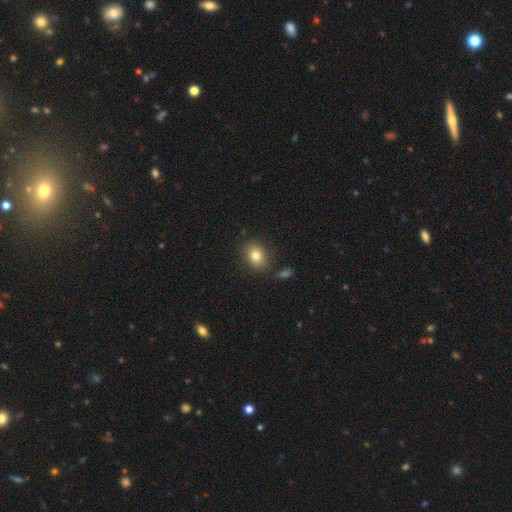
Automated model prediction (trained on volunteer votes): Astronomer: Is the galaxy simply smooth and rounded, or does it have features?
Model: smooth — 81%.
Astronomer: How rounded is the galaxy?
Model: in between — 53% (runner-up: round, 46%).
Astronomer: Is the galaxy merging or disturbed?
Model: none — 83%.